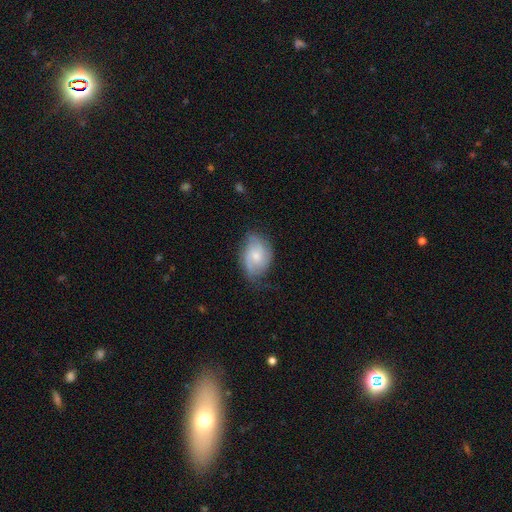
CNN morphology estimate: A featured or disk galaxy (67%) with no bar (58%), 2 (49%) medium (46%) spiral arms (92%) and a moderate central bulge (46%). Merging: none (64%).